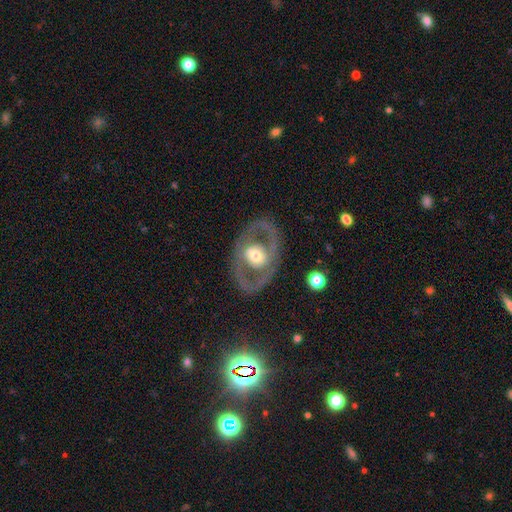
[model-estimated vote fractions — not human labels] Overall: featured or disk (70%). Edge-on disk: no (93%). Bar: no (66%). Spiral arms: no (71%). Bulge size: moderate (61%; large 24%). Merging: none (76%).